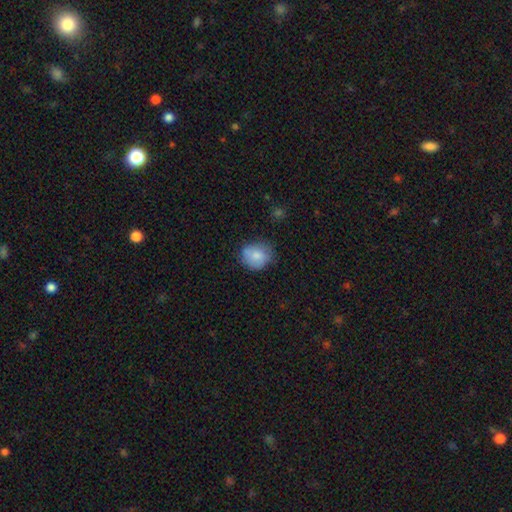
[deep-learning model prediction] Morphology: type=smooth (78%); roundness=round (66%); merging=none (64%).